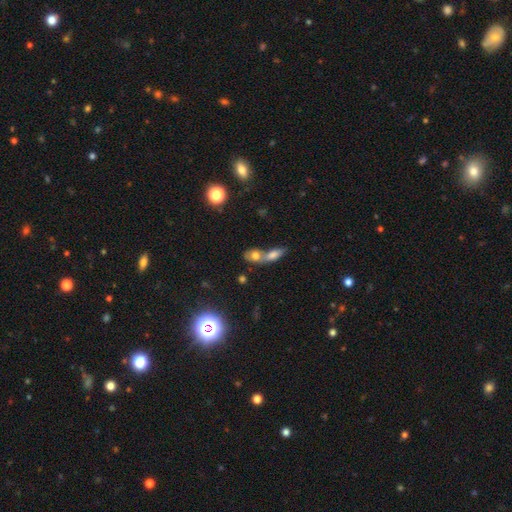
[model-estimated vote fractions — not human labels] smooth_or_featured: smooth (p=0.69) [alt: featured or disk p=0.18]
how_rounded: in between (p=0.69) [alt: round p=0.22]
merging: merger (p=0.69) [alt: none p=0.21]